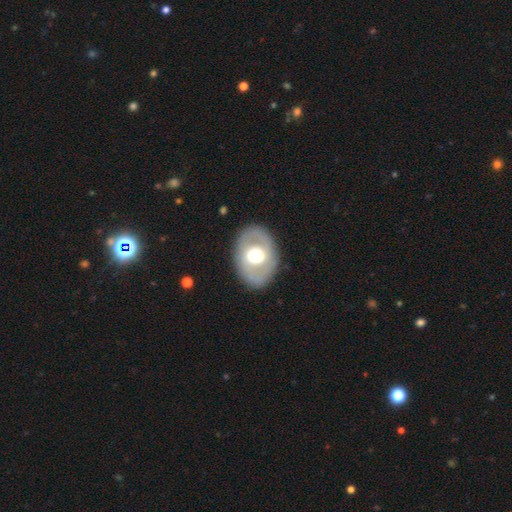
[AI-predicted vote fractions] featured or disk 50%, smooth 44%, star or artifact 6%. Down the decision tree: edge-on disk — no (92%); merging — none (84%).